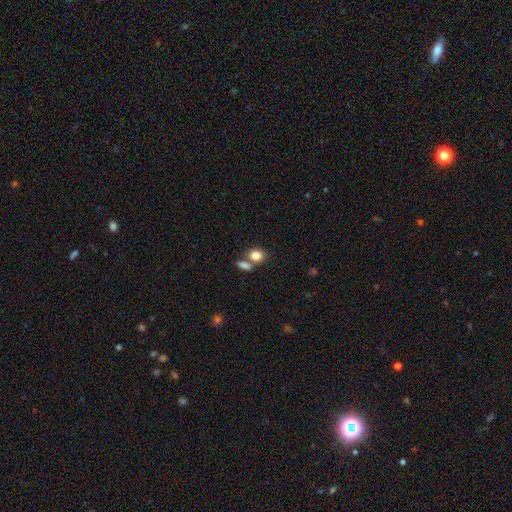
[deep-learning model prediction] smooth_or_featured: smooth (p=0.83) [alt: star or artifact p=0.09]
how_rounded: in between (p=0.57) [alt: round p=0.42]
merging: none (p=0.47) [alt: merger p=0.39]